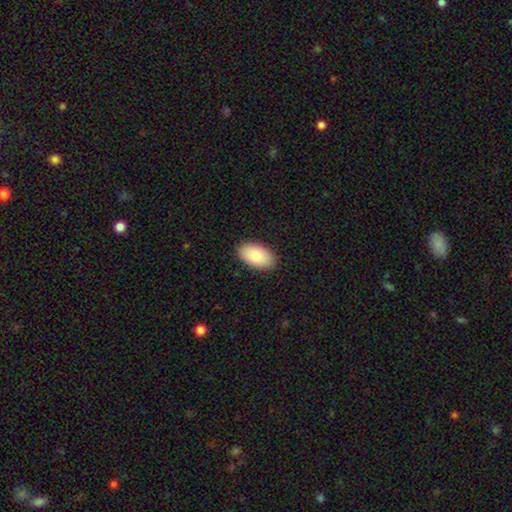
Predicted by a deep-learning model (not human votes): smooth_or_featured: smooth (p=0.80) [alt: featured or disk p=0.13]
how_rounded: in between (p=0.95) [alt: round p=0.04]
merging: none (p=0.89) [alt: minor disturbance p=0.09]